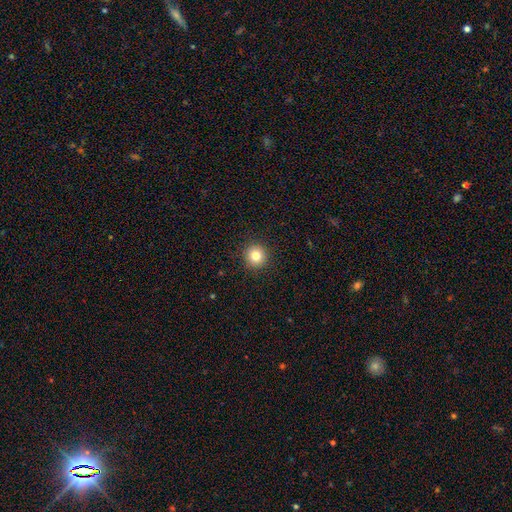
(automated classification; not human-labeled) Morphology: type=smooth (82%); roundness=round (95%); merging=none (92%).